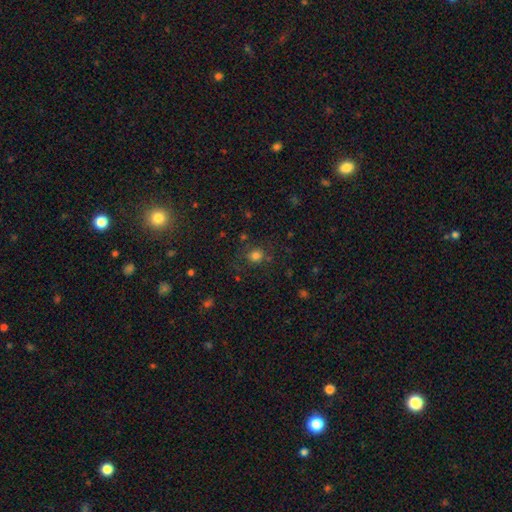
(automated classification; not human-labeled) Q: Smooth or featured?
A: smooth (78%); runner-up: star or artifact (16%)
Q: How rounded?
A: round (80%); runner-up: in between (19%)
Q: Merging?
A: none (76%); runner-up: minor disturbance (14%)